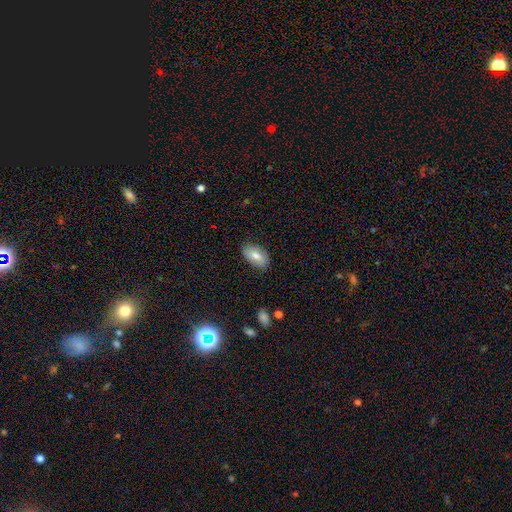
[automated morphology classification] smooth_or_featured: smooth (p=0.78) [alt: featured or disk p=0.15]
how_rounded: in between (p=0.93) [alt: round p=0.04]
merging: none (p=0.83) [alt: minor disturbance p=0.13]